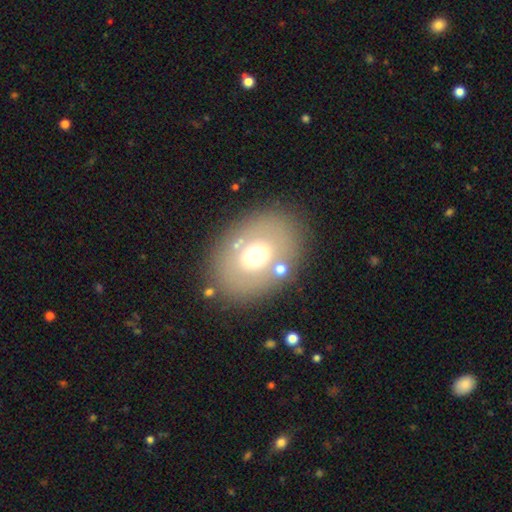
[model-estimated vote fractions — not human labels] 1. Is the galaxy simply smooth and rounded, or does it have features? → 59% smooth, 28% featured or disk, 13% star or artifact.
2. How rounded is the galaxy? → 61% in between, 38% round, 1% cigar-shaped.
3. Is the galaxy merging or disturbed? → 81% none, 10% minor disturbance, 6% major disturbance, 4% merger.